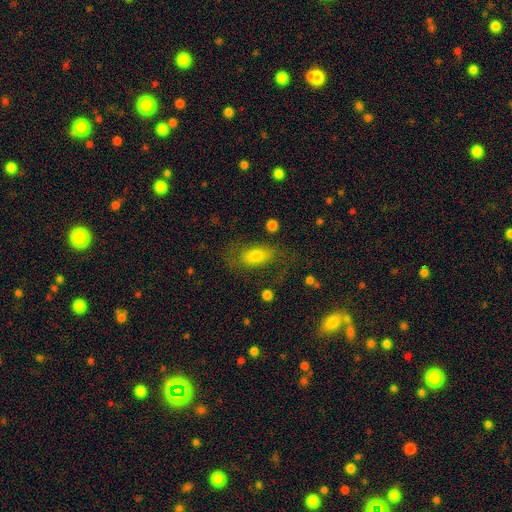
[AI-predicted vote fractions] This is likely a smooth galaxy (68%). How rounded: clearly in between (87%). Merging: possibly none (56%).